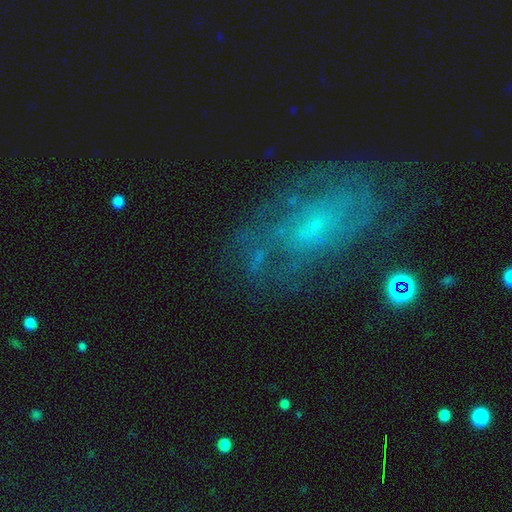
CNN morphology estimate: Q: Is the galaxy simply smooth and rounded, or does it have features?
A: featured or disk — 67%.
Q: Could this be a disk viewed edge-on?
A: no — 95%.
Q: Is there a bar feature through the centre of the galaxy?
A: no — 59%.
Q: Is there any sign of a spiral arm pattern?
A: yes — 69%.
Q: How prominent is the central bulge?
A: small — 60%.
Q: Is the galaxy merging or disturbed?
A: none — 64%.